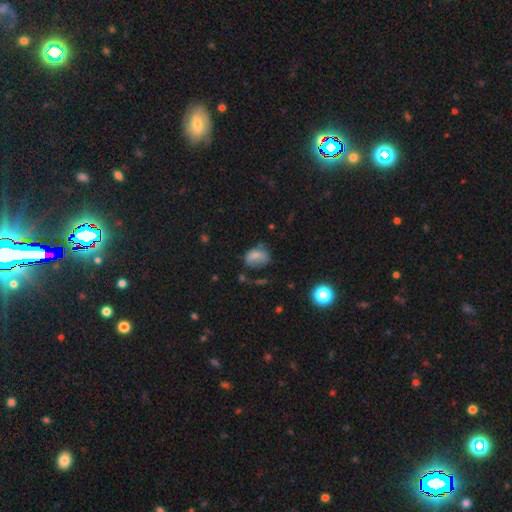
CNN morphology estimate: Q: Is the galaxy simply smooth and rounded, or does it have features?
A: smooth — 66%.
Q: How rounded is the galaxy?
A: in between — 71%.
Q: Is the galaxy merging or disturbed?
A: none — 39%.